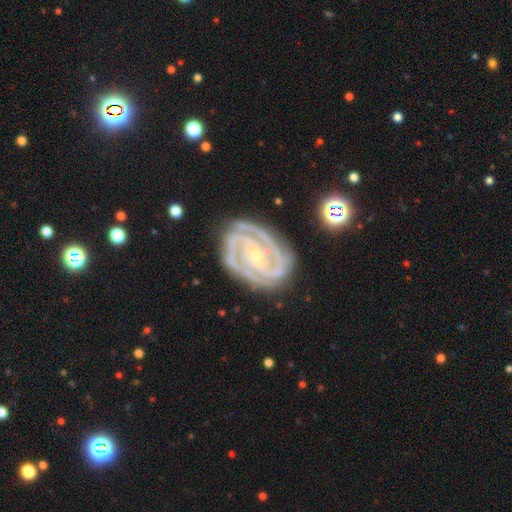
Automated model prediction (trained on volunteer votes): The model was most divided on "bar": weak: 34%, no: 33%, strong: 33%. Remaining: spiral arms — yes (99%); edge-on disk — no (97%); smooth or featured — featured or disk (92%); bulge size — small (82%); merging — none (79%); spiral winding — tight (75%); spiral arm count — 2 (41%).